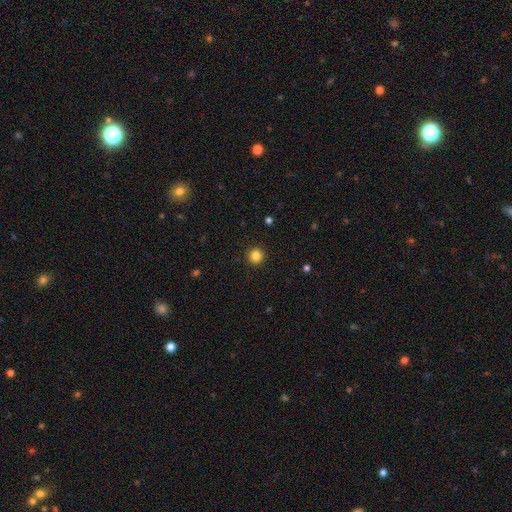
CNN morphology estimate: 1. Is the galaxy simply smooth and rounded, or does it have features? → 83% smooth, 12% star or artifact, 5% featured or disk.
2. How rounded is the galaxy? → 95% round, 4% in between, 1% cigar-shaped.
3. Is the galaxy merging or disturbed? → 93% none, 4% minor disturbance, 2% major disturbance, 1% merger.